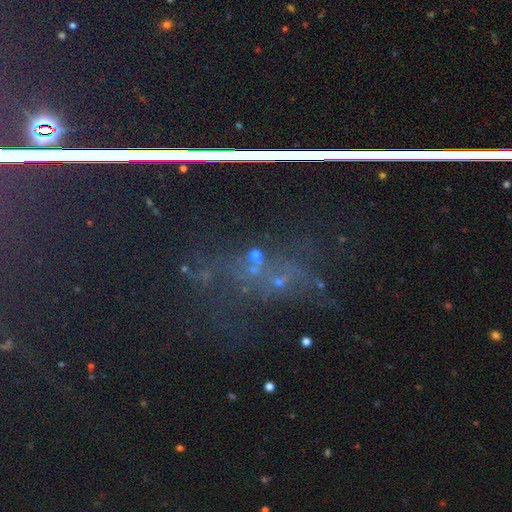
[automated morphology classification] The model was most divided on "smooth or featured": star or artifact: 39%, smooth: 36%, featured or disk: 25%.